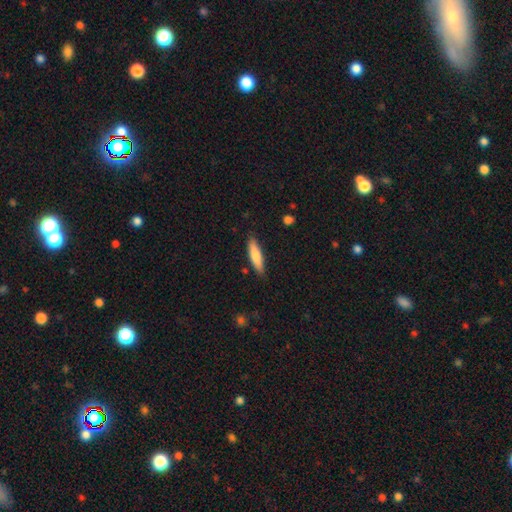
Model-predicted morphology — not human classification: Smooth or featured? Predicted: smooth (p=0.76). How rounded? Predicted: cigar-shaped (p=0.74). Merging? Predicted: none (p=0.86).